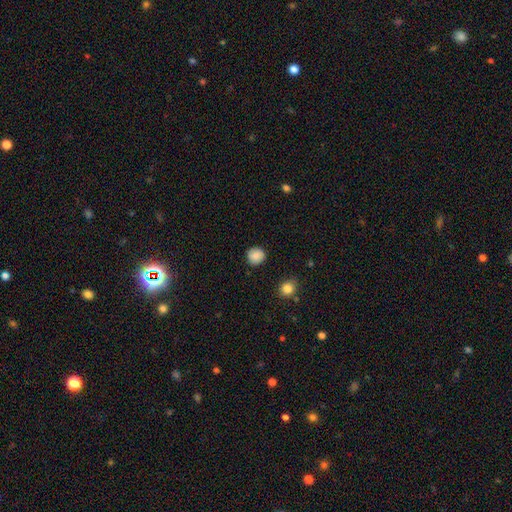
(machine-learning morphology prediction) Smooth or featured? smooth (87%)
How rounded? round (90%)
Merging? none (87%)